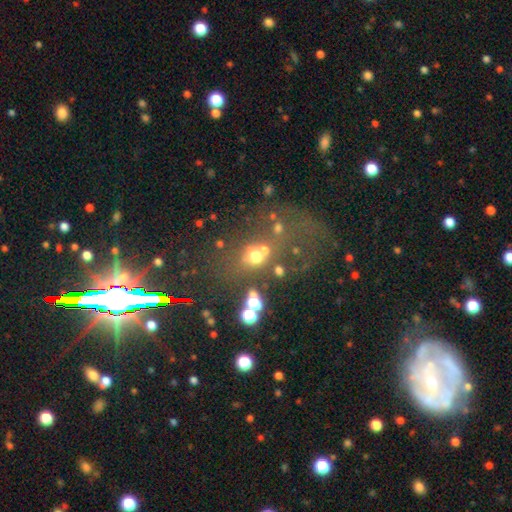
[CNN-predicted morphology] This appears to be a smooth galaxy with no disk features (54%) that is round (62%). Merging: none (46%).